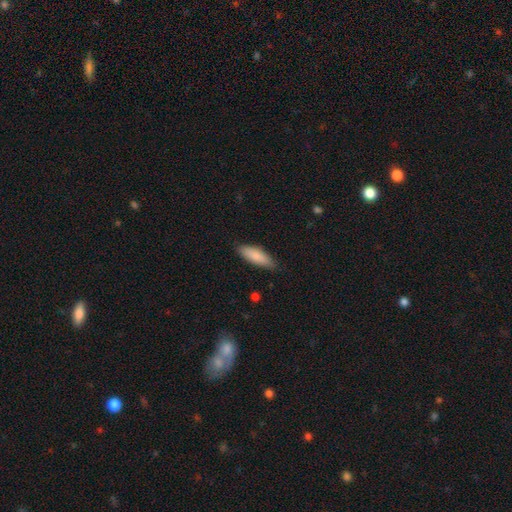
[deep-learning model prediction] smooth 84%, featured or disk 11%, star or artifact 5%. Down the decision tree: how rounded — in between (58%); merging — none (83%).